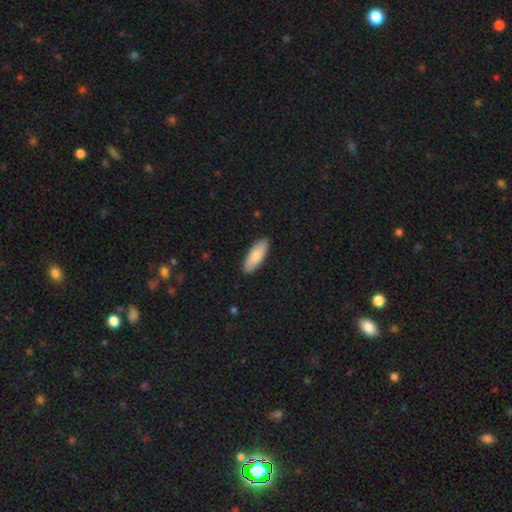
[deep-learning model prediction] Smooth or featured? Predicted: smooth (p=0.84). How rounded? Predicted: in between (p=0.68). Merging? Predicted: none (p=0.89).